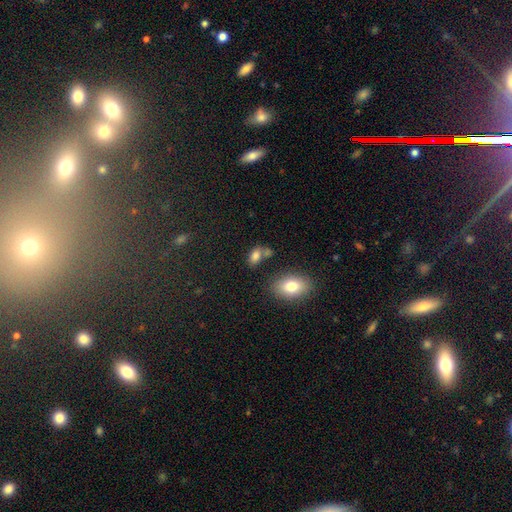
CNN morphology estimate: Smooth or featured? Predicted: smooth (p=0.81). How rounded? Predicted: in between (p=0.86). Merging? Predicted: none (p=0.52).